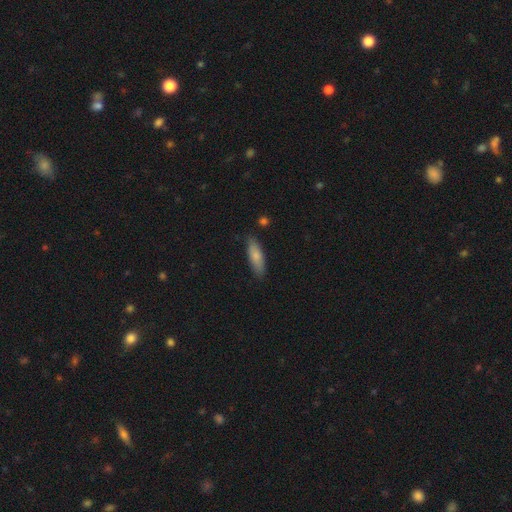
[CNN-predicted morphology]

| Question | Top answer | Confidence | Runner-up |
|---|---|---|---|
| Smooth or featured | smooth | 78% | featured or disk (17%) |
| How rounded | in between | 52% | cigar-shaped (46%) |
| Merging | none | 83% | minor disturbance (13%) |